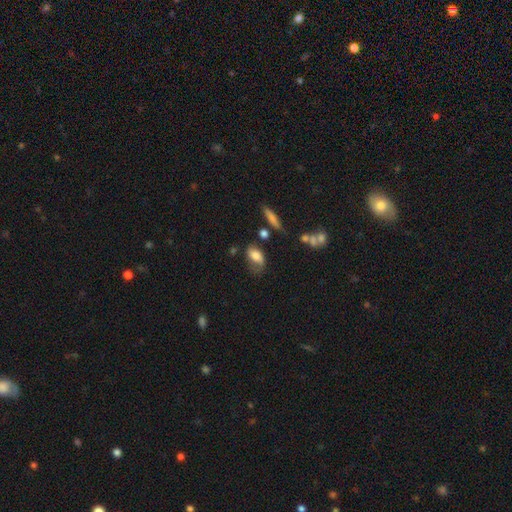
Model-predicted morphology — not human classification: Smooth or featured: smooth — 69% (featured or disk — 23%)
How rounded: in between — 87% (round — 9%)
Merging: none — 40% (minor disturbance — 32%)